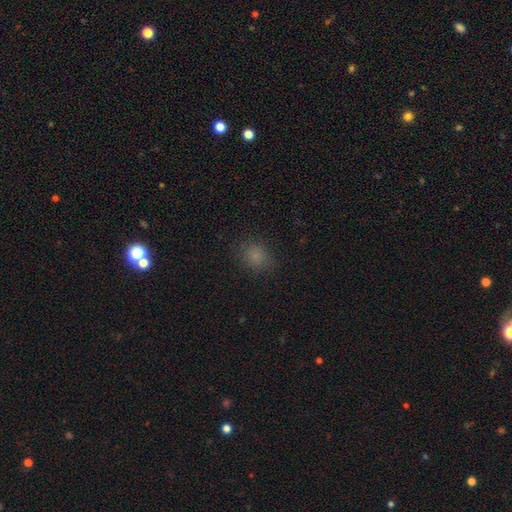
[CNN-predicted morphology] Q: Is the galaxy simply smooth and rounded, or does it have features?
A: smooth — 80%.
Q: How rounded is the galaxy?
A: round — 70%.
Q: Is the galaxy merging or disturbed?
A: none — 85%.